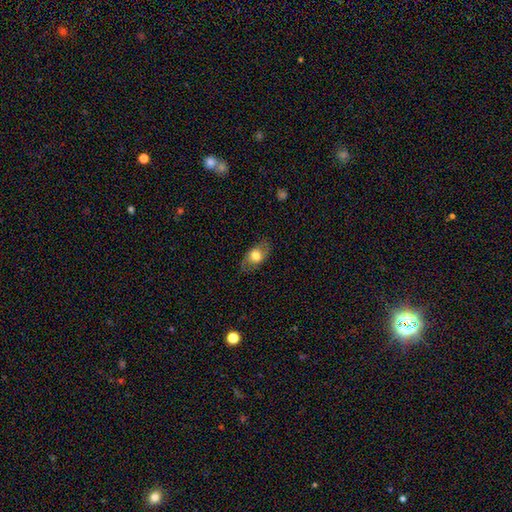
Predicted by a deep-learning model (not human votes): smooth-or-featured: smooth: 67% | featured or disk: 25% | star or artifact: 8%
  how-rounded: in between: 81% | round: 15% | cigar-shaped: 3%
  merging: none: 76% | minor disturbance: 18% | major disturbance: 5% | merger: 1%